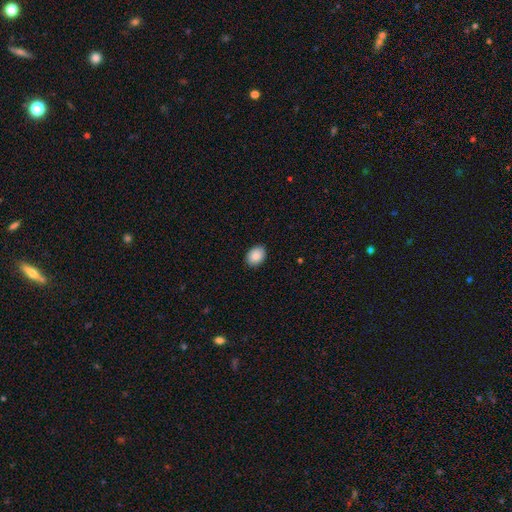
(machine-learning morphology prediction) Smooth or featured? Predicted: smooth (p=0.89). How rounded? Predicted: in between (p=0.66). Merging? Predicted: none (p=0.90).